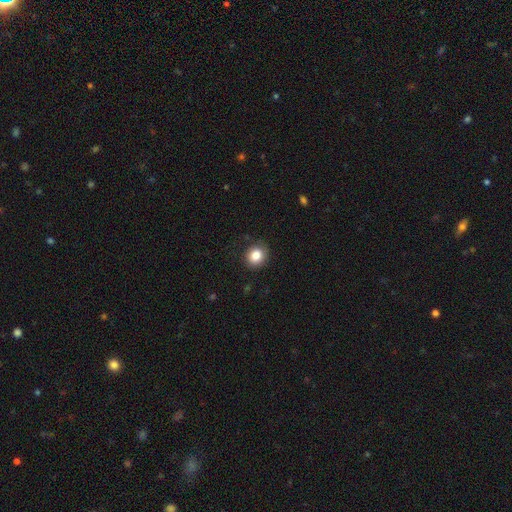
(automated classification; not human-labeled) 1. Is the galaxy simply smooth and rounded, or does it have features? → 84% smooth, 10% star or artifact, 6% featured or disk.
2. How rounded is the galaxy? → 79% round, 20% in between, 1% cigar-shaped.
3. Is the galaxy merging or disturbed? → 85% none, 11% minor disturbance, 3% major disturbance, 1% merger.